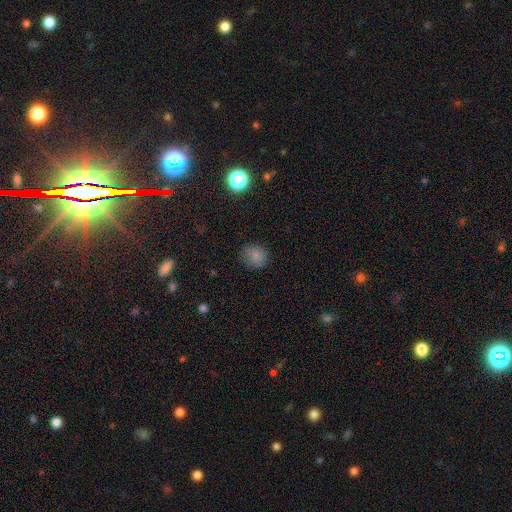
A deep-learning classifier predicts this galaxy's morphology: smooth 79%, star or artifact 14%, featured or disk 6%. Down the decision tree: how rounded — round (79%); merging — none (81%).